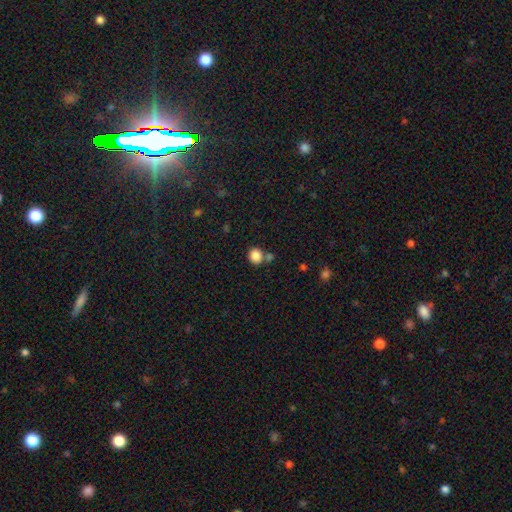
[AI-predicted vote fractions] Overall: smooth (86%). How rounded: round (83%). Merging: none (67%).